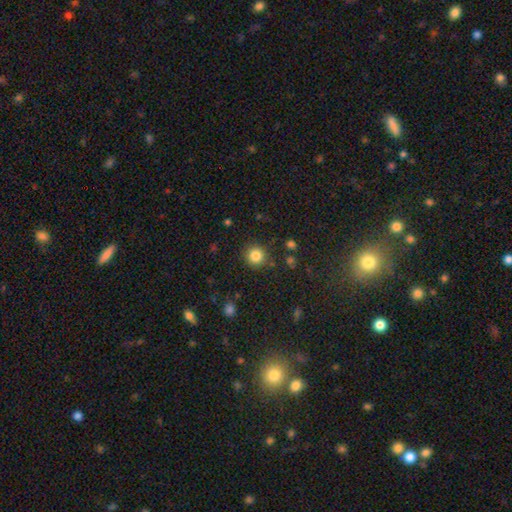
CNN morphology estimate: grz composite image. It shows a smooth galaxy with no disk features (84%) that is round (93%). Merging: none (88%).